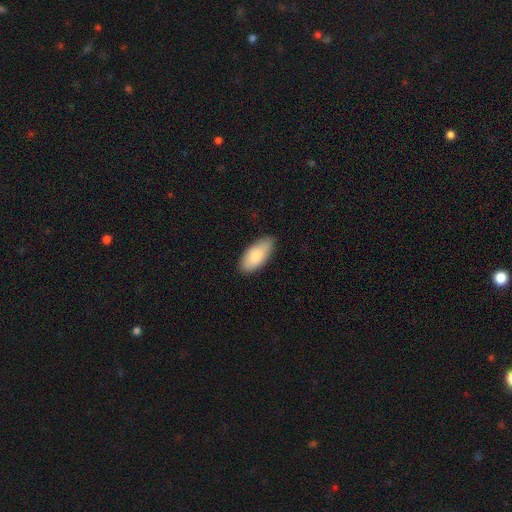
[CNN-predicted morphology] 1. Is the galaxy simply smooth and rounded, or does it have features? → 85% smooth, 9% featured or disk, 6% star or artifact.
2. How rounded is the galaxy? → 90% in between, 8% cigar-shaped, 2% round.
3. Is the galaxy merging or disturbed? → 80% none, 17% minor disturbance, 2% major disturbance, 1% merger.